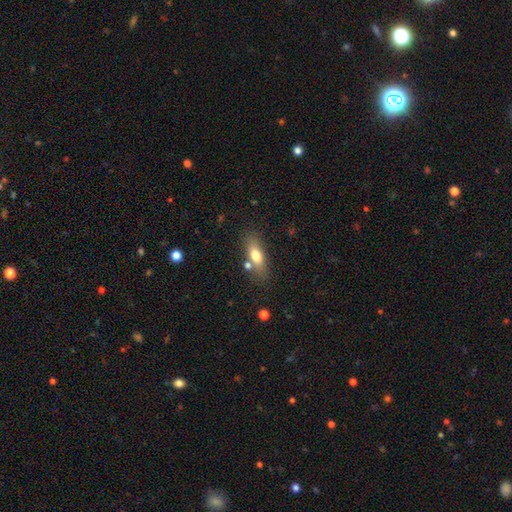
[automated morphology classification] smooth 70%, featured or disk 22%, star or artifact 8%. Down the decision tree: how rounded — in between (66%); merging — none (71%).